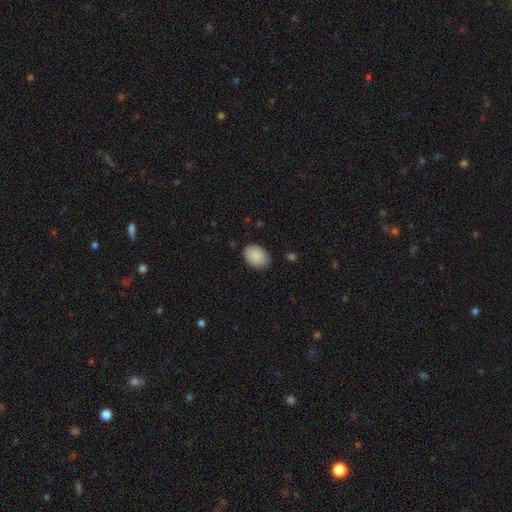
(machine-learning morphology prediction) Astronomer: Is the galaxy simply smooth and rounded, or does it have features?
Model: smooth — 89%.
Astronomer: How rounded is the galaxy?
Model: in between — 70%.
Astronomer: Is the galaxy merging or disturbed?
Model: none — 82%.